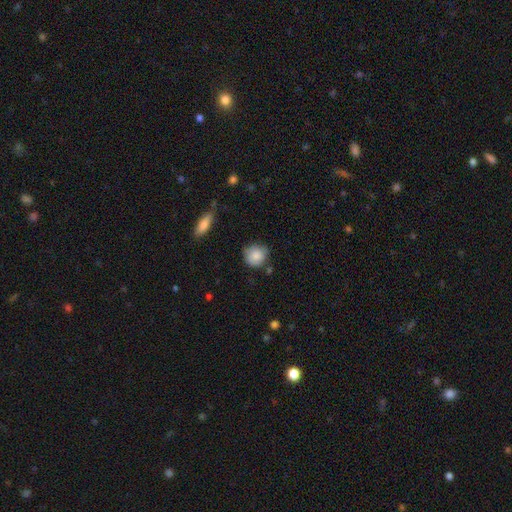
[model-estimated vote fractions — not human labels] Morphology: type=smooth (85%); roundness=round (87%); merging=none (70%).